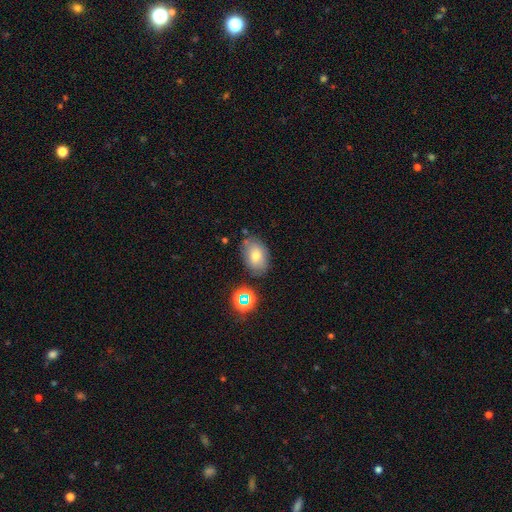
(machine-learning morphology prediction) Smooth or featured?
  - smooth: 73% *
  - featured or disk: 15%
  - star or artifact: 12%
How rounded?
  - in between: 84% *
  - round: 15%
  - cigar-shaped: 1%
Merging?
  - none: 74% *
  - minor disturbance: 16%
  - merger: 5%
  - major disturbance: 4%